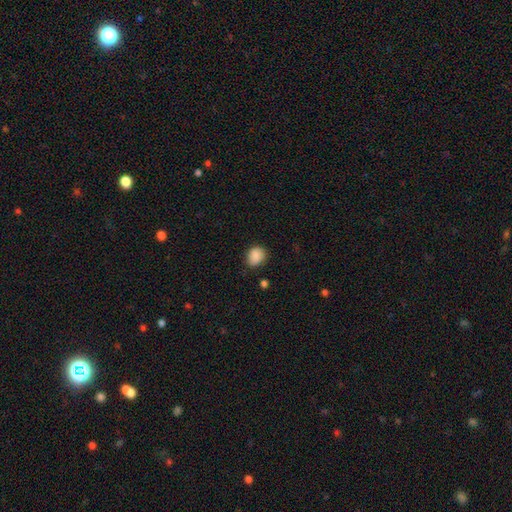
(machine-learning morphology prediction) Smooth or featured: smooth — 87% (star or artifact — 8%)
How rounded: round — 55% (in between — 44%)
Merging: none — 74% (minor disturbance — 21%)